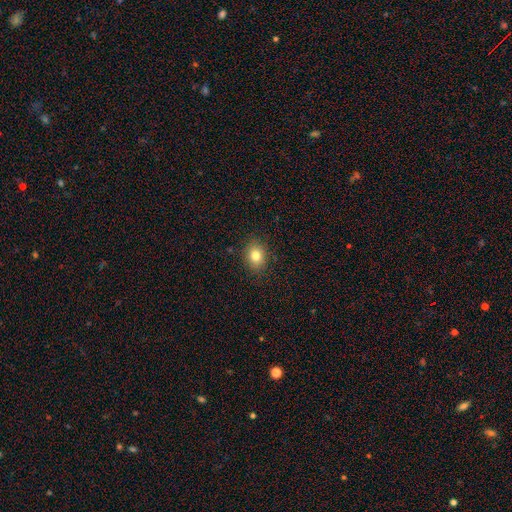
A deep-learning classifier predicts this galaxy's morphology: This appears to be a smooth galaxy with no disk features (81%) that is round (51%). Merging: none (87%).